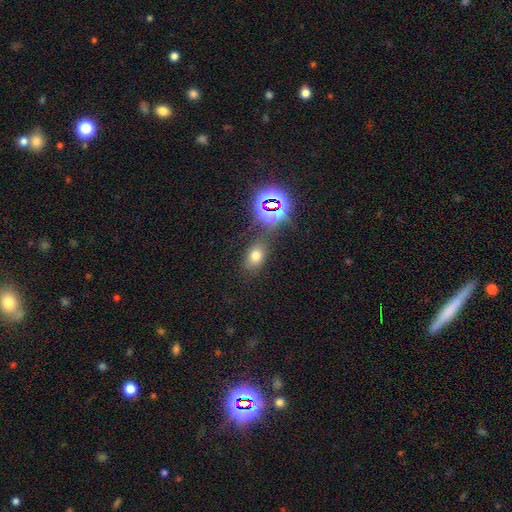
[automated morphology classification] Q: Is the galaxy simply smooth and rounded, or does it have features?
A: smooth — 65%.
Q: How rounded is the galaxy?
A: in between — 75%.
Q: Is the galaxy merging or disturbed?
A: none — 72%.